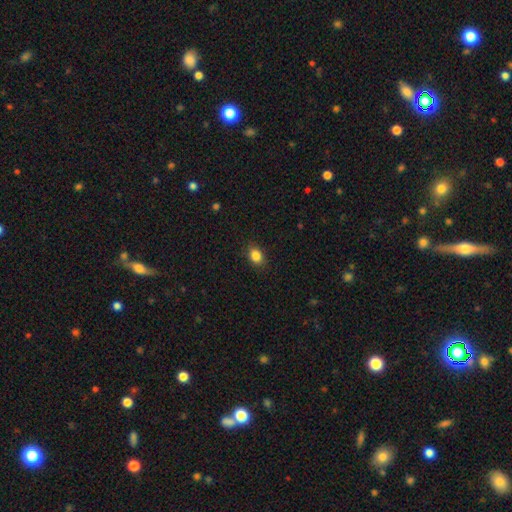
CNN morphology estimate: Smooth or featured?
  - smooth: 86% *
  - star or artifact: 9%
  - featured or disk: 5%
How rounded?
  - in between: 68% *
  - round: 30%
  - cigar-shaped: 1%
Merging?
  - none: 87% *
  - minor disturbance: 10%
  - major disturbance: 2%
  - merger: 1%